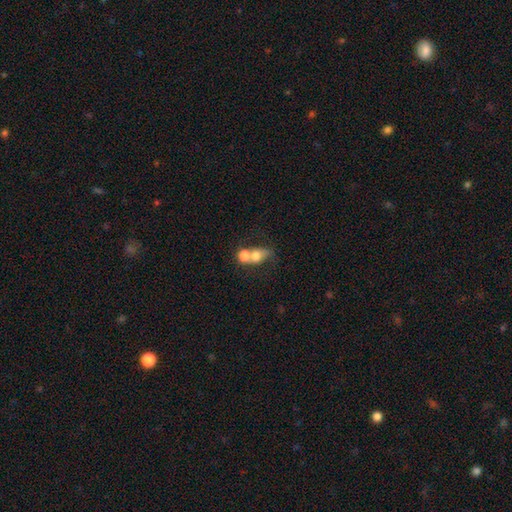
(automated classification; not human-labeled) A smooth galaxy with no disk features (71%) that is round (53%).

Vote fractions:
- Smooth or featured? smooth: 71% / featured or disk: 20% / star or artifact: 9%
- How rounded? round: 53% / in between: 45% / cigar-shaped: 2%
- Merging? merger: 72% / none: 16% / minor disturbance: 6% / major disturbance: 6%